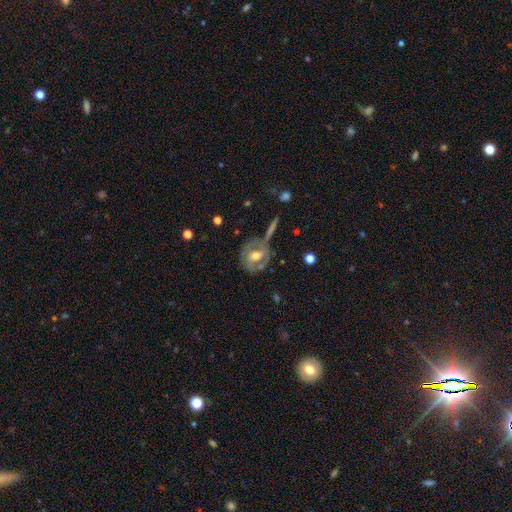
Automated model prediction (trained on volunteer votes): Smooth or featured? Predicted: featured or disk (p=0.66). Edge-on disk? Predicted: no (p=0.92). Bar? Predicted: no (p=0.41, tied with weak). Spiral arms? Predicted: yes (p=0.61). Bulge size? Predicted: moderate (p=0.72). Merging? Predicted: none (p=0.57).